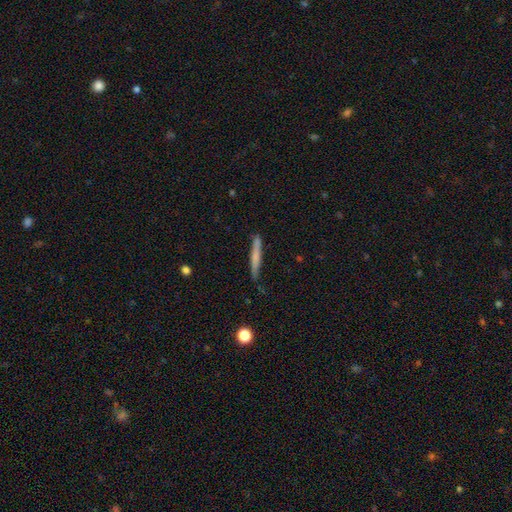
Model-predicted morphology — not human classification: Smooth or featured? smooth (55%)
How rounded? cigar-shaped (95%)
Merging? none (80%)